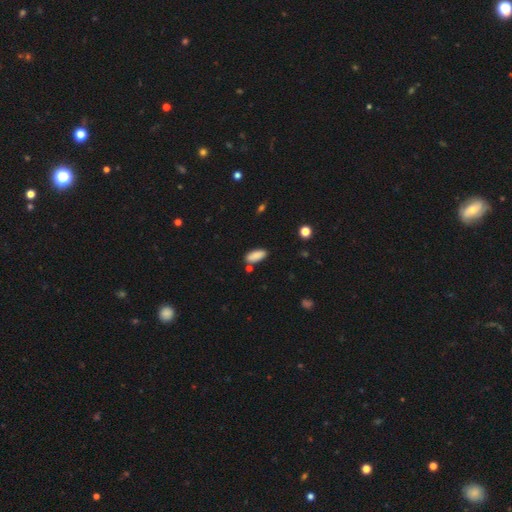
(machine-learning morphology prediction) Smooth or featured?
  - smooth: 87% *
  - star or artifact: 7%
  - featured or disk: 5%
How rounded?
  - in between: 84% *
  - cigar-shaped: 14%
  - round: 2%
Merging?
  - none: 79% *
  - minor disturbance: 13%
  - merger: 6%
  - major disturbance: 3%